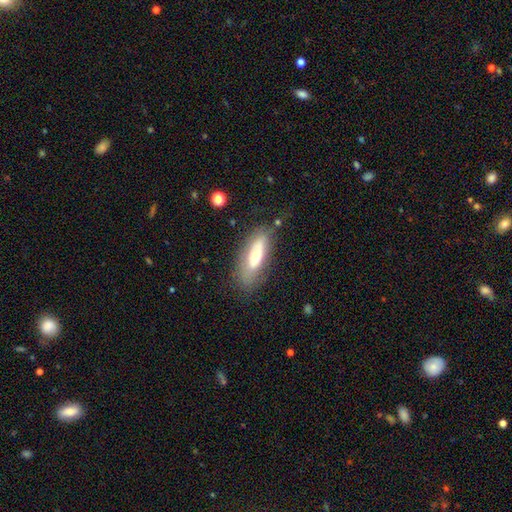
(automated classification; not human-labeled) This is possibly a smooth galaxy (53%). How rounded: likely in between (64%). Merging: likely none (75%).